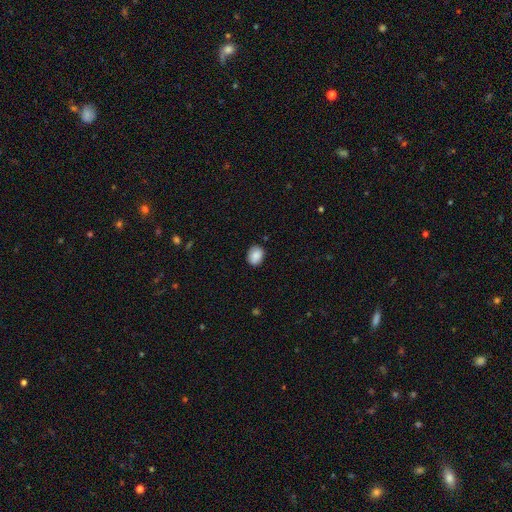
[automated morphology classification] A smooth galaxy with no disk features (88%) that is in between round and cigar-shaped (59%).

Vote fractions:
- Smooth or featured? smooth: 88% / star or artifact: 8% / featured or disk: 4%
- How rounded? in between: 59% / round: 40% / cigar-shaped: 1%
- Merging? none: 84% / minor disturbance: 12% / major disturbance: 2% / merger: 1%